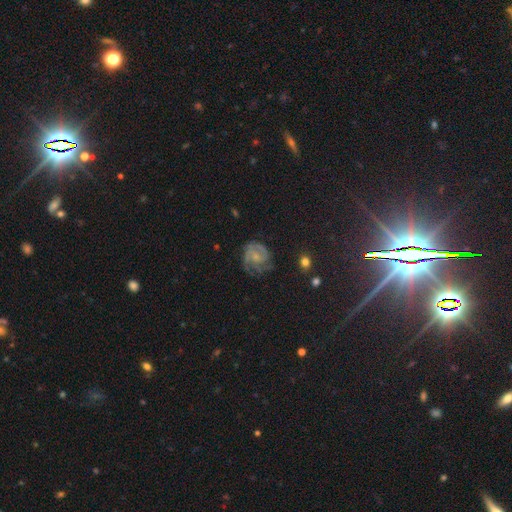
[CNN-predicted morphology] This appears to be a featured or disk galaxy (81%) with no bar (68%), 3 (40%) tight (54%) spiral arms (95%) and a small central bulge (60%). Merging: none (67%).